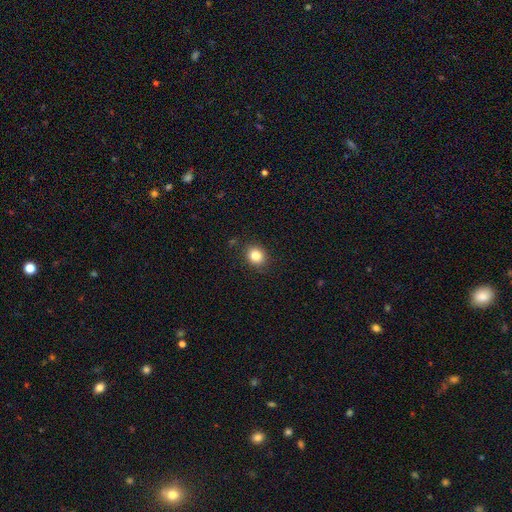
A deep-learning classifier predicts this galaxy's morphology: A smooth galaxy with no disk features (83%) that is round (69%).

Vote fractions:
- Smooth or featured? smooth: 83% / star or artifact: 11% / featured or disk: 6%
- How rounded? round: 69% / in between: 30% / cigar-shaped: 1%
- Merging? none: 87% / minor disturbance: 9% / major disturbance: 2% / merger: 1%